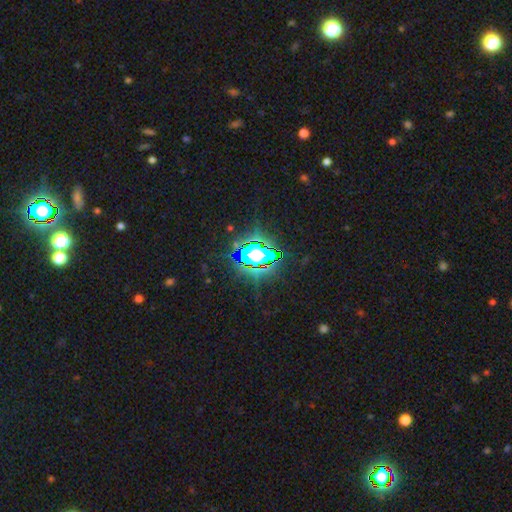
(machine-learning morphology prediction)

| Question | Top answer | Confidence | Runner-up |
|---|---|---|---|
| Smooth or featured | star or artifact | 72% | smooth (16%) |